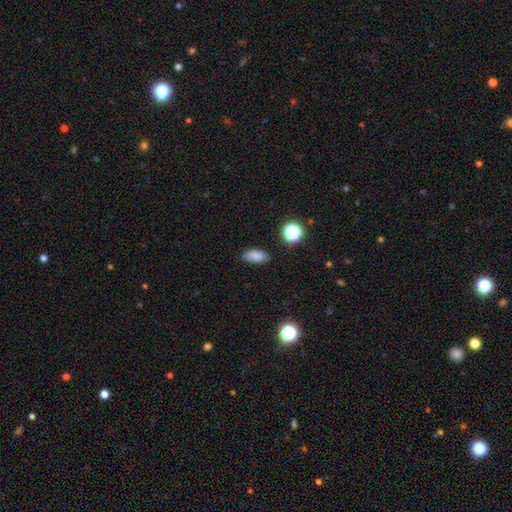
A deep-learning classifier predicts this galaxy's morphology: Q: Smooth or featured?
A: smooth (81%); runner-up: star or artifact (12%)
Q: How rounded?
A: in between (88%); runner-up: round (6%)
Q: Merging?
A: none (81%); runner-up: minor disturbance (15%)